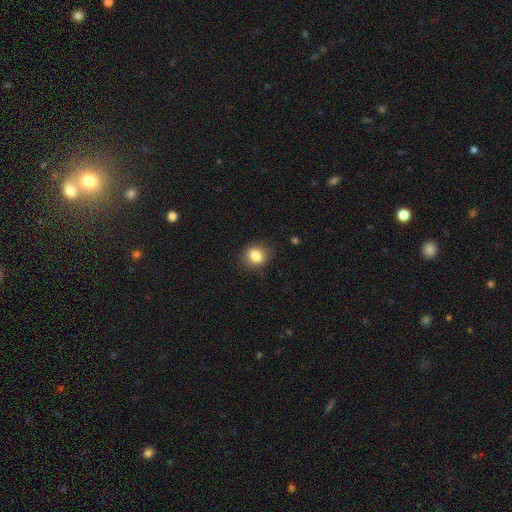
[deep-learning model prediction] Smooth or featured: smooth — 85% (star or artifact — 10%)
How rounded: round — 71% (in between — 28%)
Merging: none — 86% (minor disturbance — 10%)